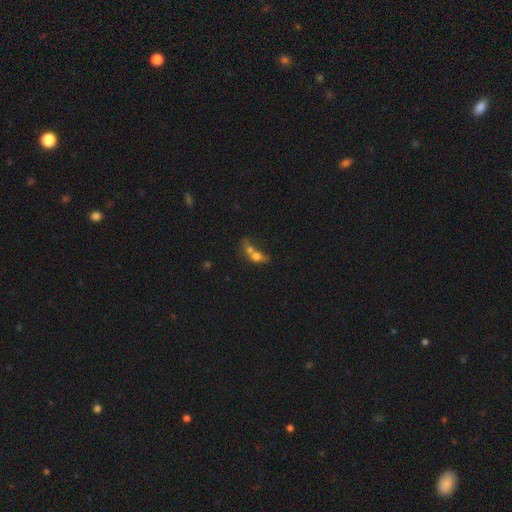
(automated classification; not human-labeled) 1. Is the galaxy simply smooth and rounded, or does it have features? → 60% smooth, 26% featured or disk, 14% star or artifact.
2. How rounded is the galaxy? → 50% in between, 41% round, 9% cigar-shaped.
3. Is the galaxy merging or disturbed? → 68% merger, 16% none, 9% major disturbance, 7% minor disturbance.